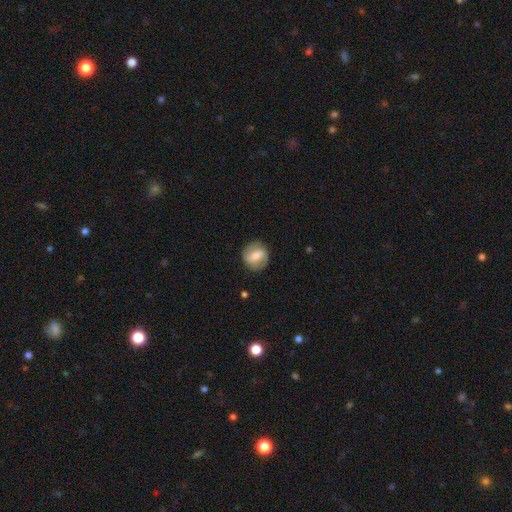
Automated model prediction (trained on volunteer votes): Smooth or featured?
  - featured or disk: 52% *
  - smooth: 41%
  - star or artifact: 7%
Edge-on disk?
  - no: 96% *
  - yes: 4%
Merging?
  - none: 82% *
  - minor disturbance: 13%
  - major disturbance: 5%
  - merger: 1%